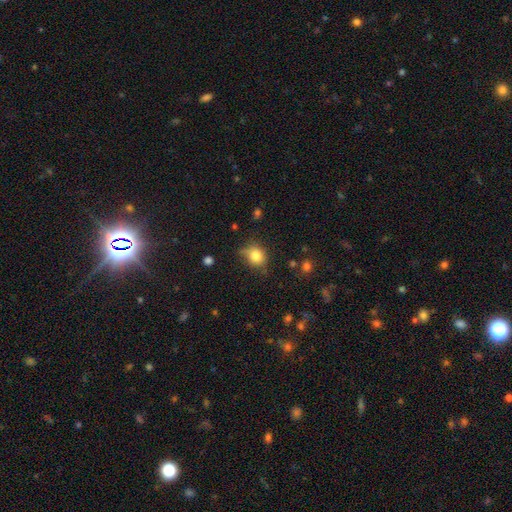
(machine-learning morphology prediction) This is likely a smooth galaxy (80%). How rounded: likely round (70%). Merging: likely none (62%).